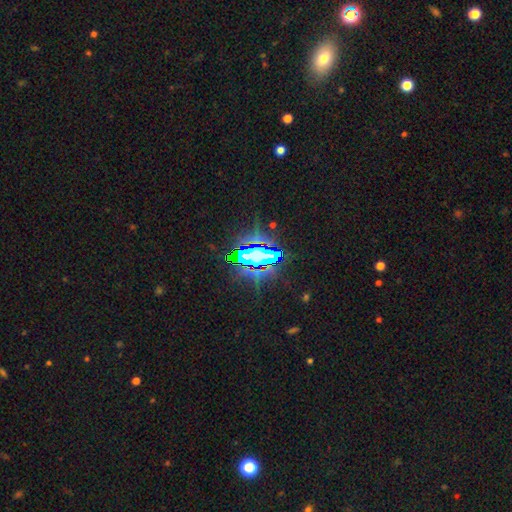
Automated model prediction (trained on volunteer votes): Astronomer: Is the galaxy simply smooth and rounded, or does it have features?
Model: star or artifact — 71%.